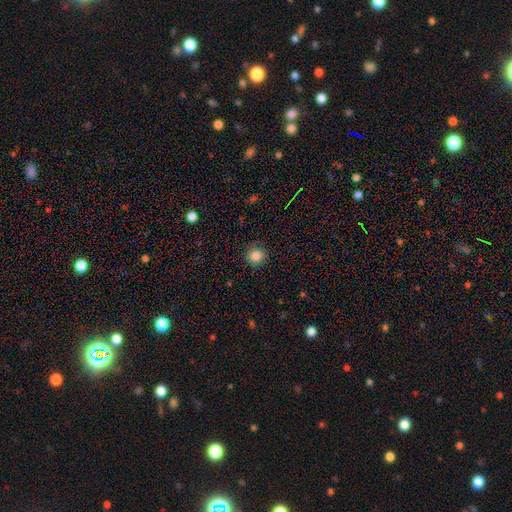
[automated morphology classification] A smooth galaxy with no disk features (85%) that is round (93%). Merging: none (89%).